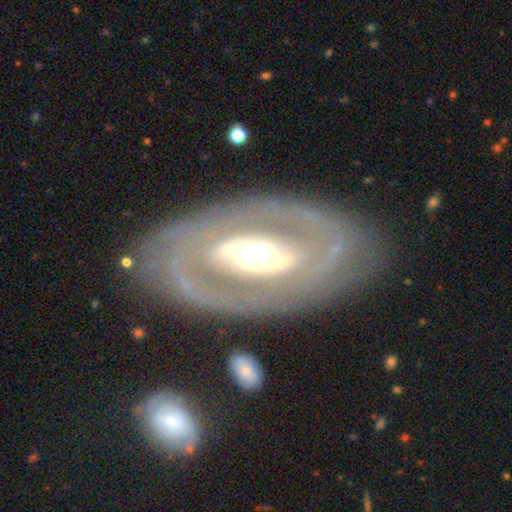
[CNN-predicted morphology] A featured or disk galaxy (81%) with a strong bar (44%), spiral arms (54%) and a moderate central bulge (62%). Merging: none (77%).